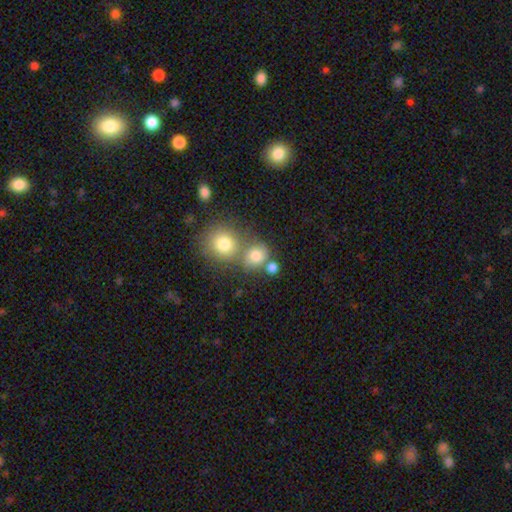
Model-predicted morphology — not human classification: Smooth or featured?
  - smooth: 77% *
  - star or artifact: 13%
  - featured or disk: 10%
How rounded?
  - round: 78% *
  - in between: 21%
  - cigar-shaped: 1%
Merging?
  - none: 49% *
  - merger: 36%
  - minor disturbance: 10%
  - major disturbance: 5%